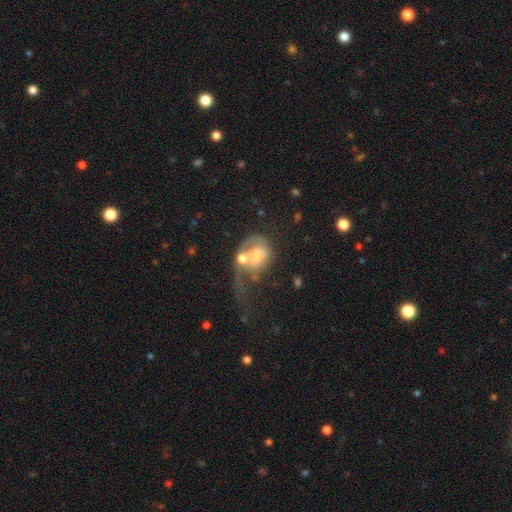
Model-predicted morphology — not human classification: Smooth or featured? featured or disk (54%)
Edge-on disk? no (97%)
Bar? no (69%)
Spiral arms? yes (62%)
Bulge size? moderate (53%)
Merging? major disturbance (41%)